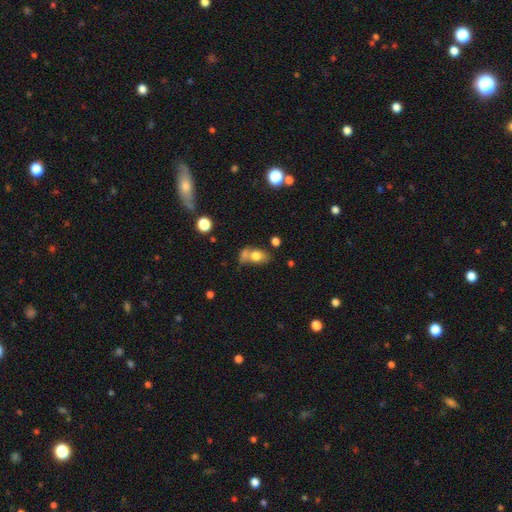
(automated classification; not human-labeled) smooth 74%, featured or disk 15%, star or artifact 11%. Down the decision tree: how rounded — in between (69%); merging — merger (42%).